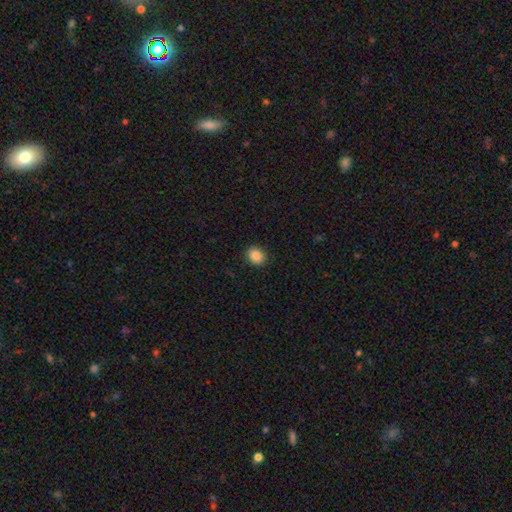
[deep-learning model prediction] Morphology: type=smooth (87%); roundness=round (60%); merging=none (90%).